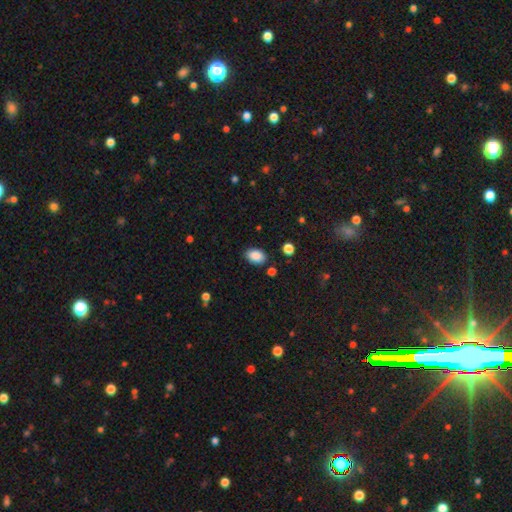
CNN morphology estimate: smooth-or-featured: smooth: 88% | star or artifact: 8% | featured or disk: 4%
  how-rounded: in between: 86% | round: 13% | cigar-shaped: 1%
  merging: none: 84% | minor disturbance: 11% | major disturbance: 3% | merger: 2%